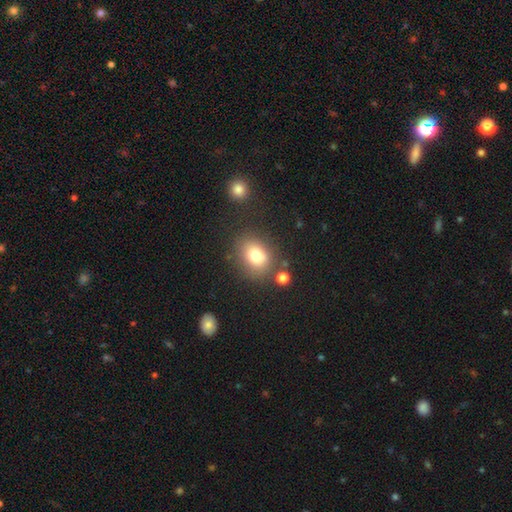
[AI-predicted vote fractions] This appears to be a smooth galaxy with no disk features (78%) that is round (51%). Merging: none (75%).